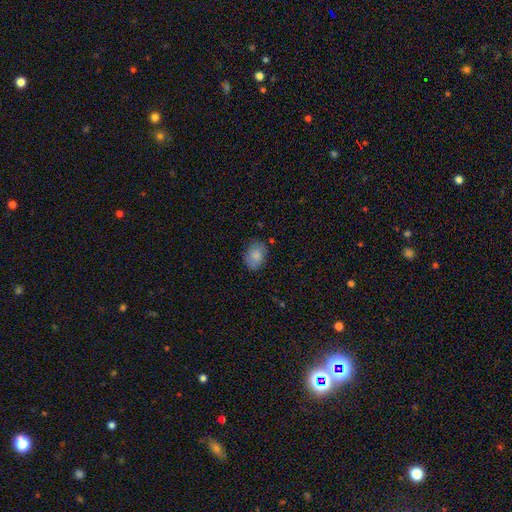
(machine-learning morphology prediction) A smooth galaxy with no disk features (84%) that is in between round and cigar-shaped (78%). Merging: none (79%).